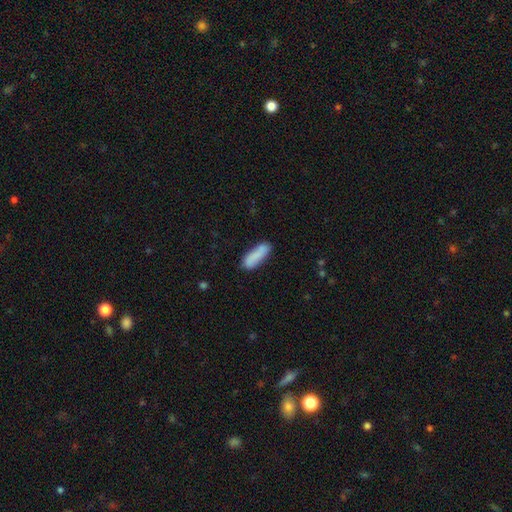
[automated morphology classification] The model was most divided on "how rounded": cigar-shaped: 53%, in between: 45%, round: 2%. More confident: smooth or featured — smooth (85%); merging — none (79%).